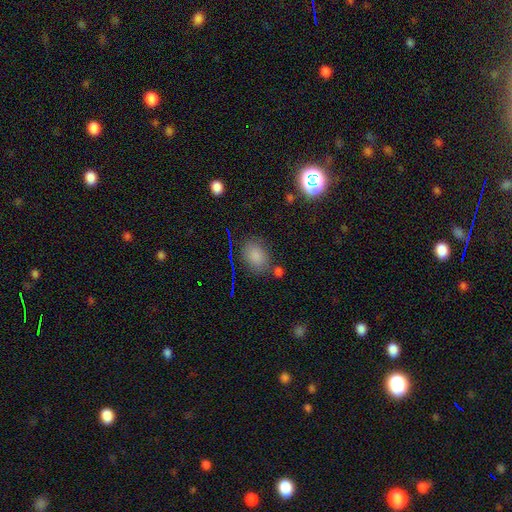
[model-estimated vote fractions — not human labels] Smooth or featured: smooth — 81% (star or artifact — 13%)
How rounded: in between — 70% (round — 29%)
Merging: none — 73% (minor disturbance — 15%)